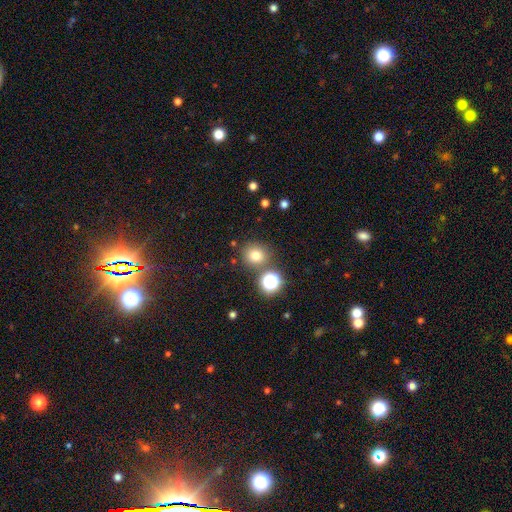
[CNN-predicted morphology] Q: Smooth or featured?
A: smooth (73%); runner-up: star or artifact (19%)
Q: How rounded?
A: round (85%); runner-up: in between (14%)
Q: Merging?
A: none (78%); runner-up: merger (10%)